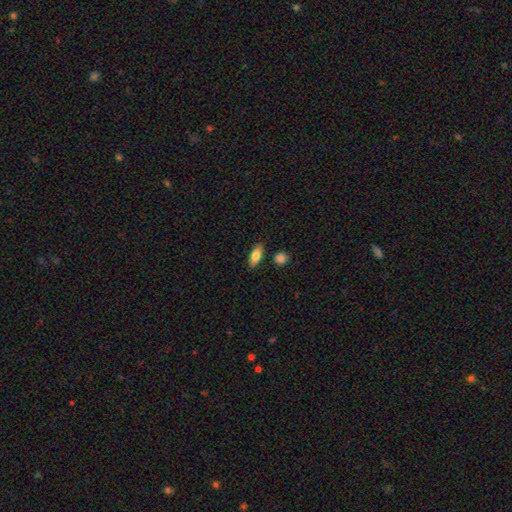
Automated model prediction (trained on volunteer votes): A smooth galaxy with no disk features (77%) that is in between round and cigar-shaped (76%).

Vote fractions:
- Smooth or featured? smooth: 77% / featured or disk: 16% / star or artifact: 7%
- How rounded? in between: 76% / cigar-shaped: 20% / round: 4%
- Merging? none: 85% / minor disturbance: 10% / merger: 3% / major disturbance: 2%